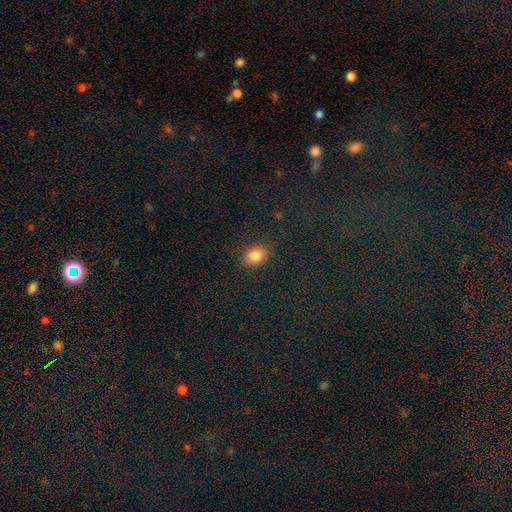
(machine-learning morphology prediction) Smooth or featured: smooth — 83% (star or artifact — 11%)
How rounded: in between — 59% (round — 40%)
Merging: none — 85% (minor disturbance — 10%)